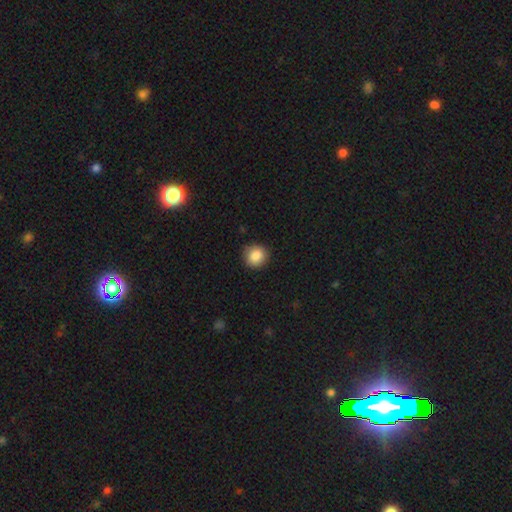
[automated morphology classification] A smooth galaxy with no disk features (87%) that is round (89%). Merging: none (87%).